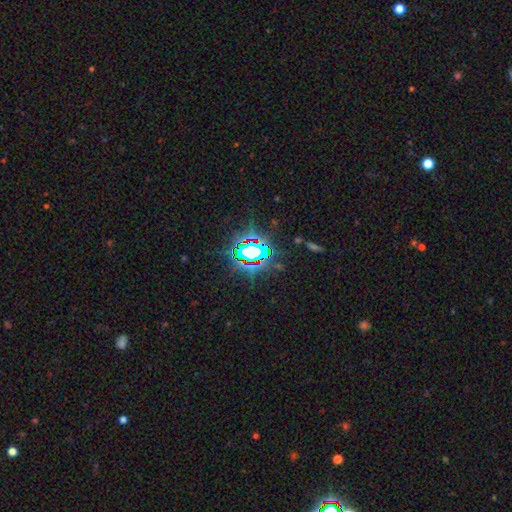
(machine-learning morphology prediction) smooth-or-featured: star or artifact: 80% | smooth: 13% | featured or disk: 8%